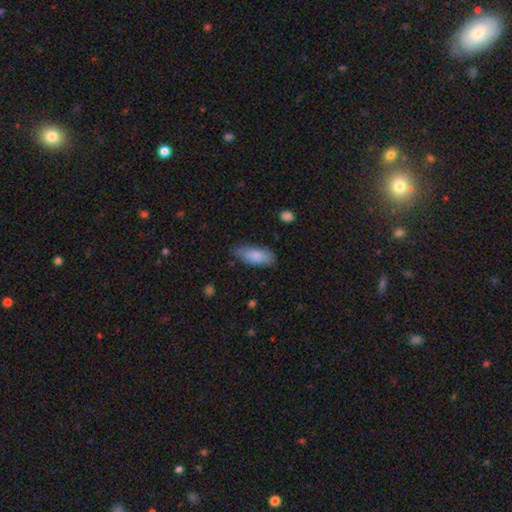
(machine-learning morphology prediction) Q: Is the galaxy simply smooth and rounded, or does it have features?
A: smooth — 83%.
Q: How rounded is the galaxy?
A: in between — 79%.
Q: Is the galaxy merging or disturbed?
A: none — 72%.